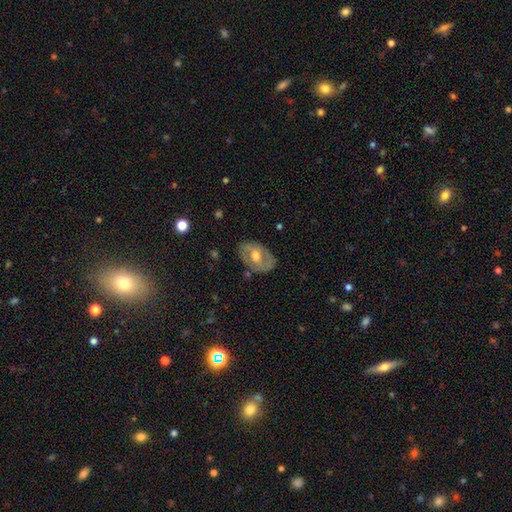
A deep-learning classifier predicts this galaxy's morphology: This is possibly a featured or disk galaxy (59%). It is clearly not viewed edge-on (93%). Bar: possibly no (58%). Spiral arm pattern: likely no (62%). Central bulge: likely moderate (73%). Merging: likely none (75%).